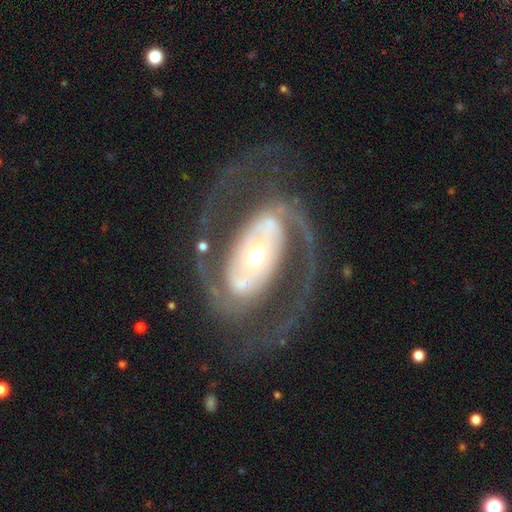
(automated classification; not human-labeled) Smooth or featured? Predicted: featured or disk (p=0.90). Edge-on disk? Predicted: no (p=0.96). Bar? Predicted: no (p=0.42). Spiral arms? Predicted: yes (p=0.93). Spiral winding? Predicted: medium (p=0.51). Spiral arm count? Predicted: 2 (p=0.90). Bulge size? Predicted: moderate (p=0.65). Merging? Predicted: none (p=0.71).